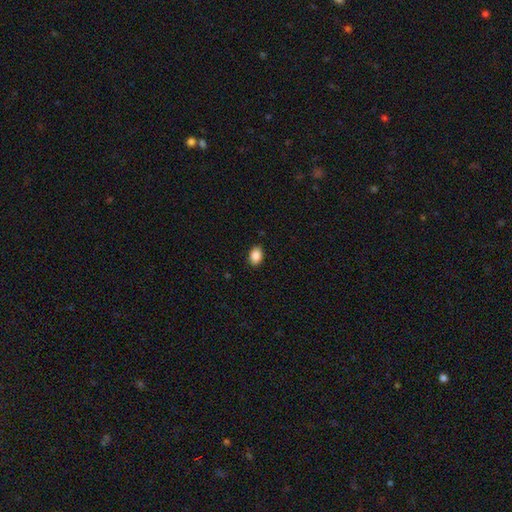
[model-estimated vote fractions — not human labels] Morphology: type=smooth (89%); roundness=in between (82%); merging=none (88%).